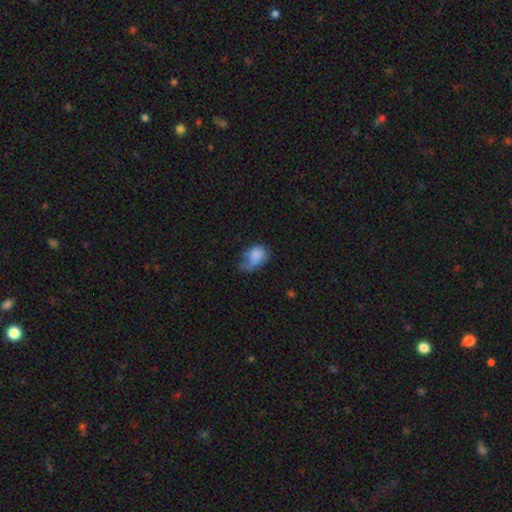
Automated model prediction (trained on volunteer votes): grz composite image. It shows a smooth galaxy with no disk features (74%) that is in between round and cigar-shaped (78%). Merging: major disturbance (38%).